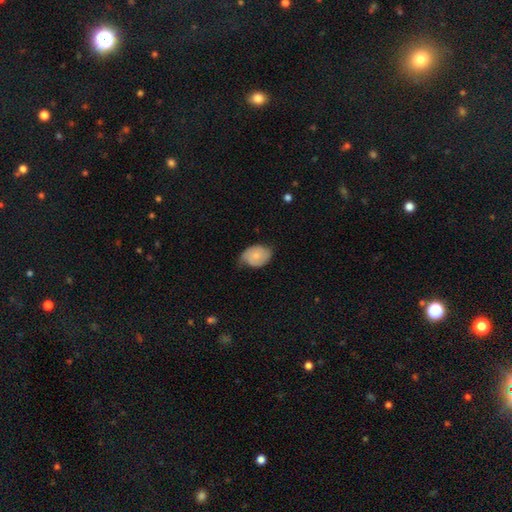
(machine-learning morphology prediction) smooth-or-featured: smooth: 70% | featured or disk: 24% | star or artifact: 6%
  how-rounded: in between: 72% | round: 27% | cigar-shaped: 1%
  merging: none: 50% | minor disturbance: 40% | major disturbance: 9% | merger: 1%